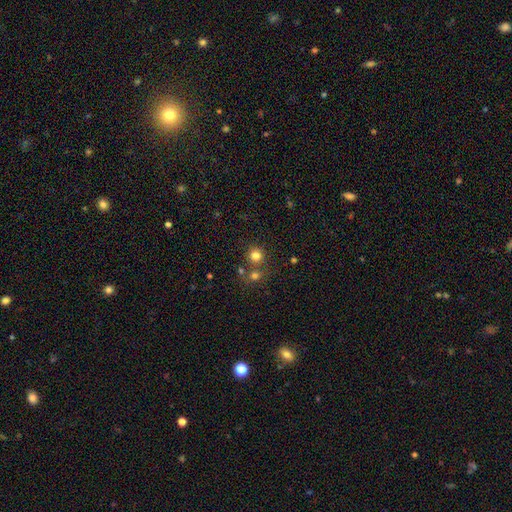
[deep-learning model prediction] Overall: smooth (78%). How rounded: round (91%). Merging: none (69%).